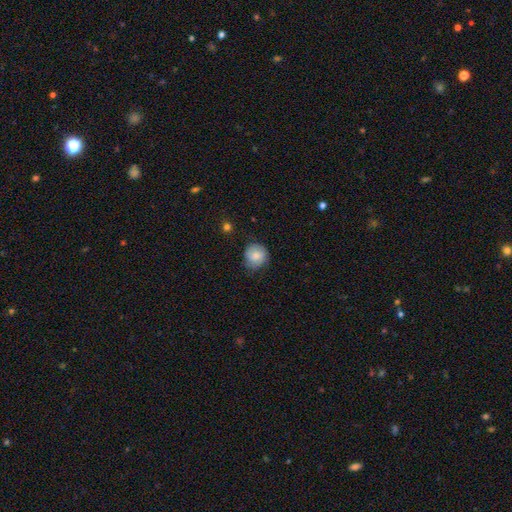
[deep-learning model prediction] smooth_or_featured: smooth (p=0.67) [alt: featured or disk p=0.26]
how_rounded: round (p=0.87) [alt: in between p=0.12]
merging: none (p=0.72) [alt: minor disturbance p=0.22]